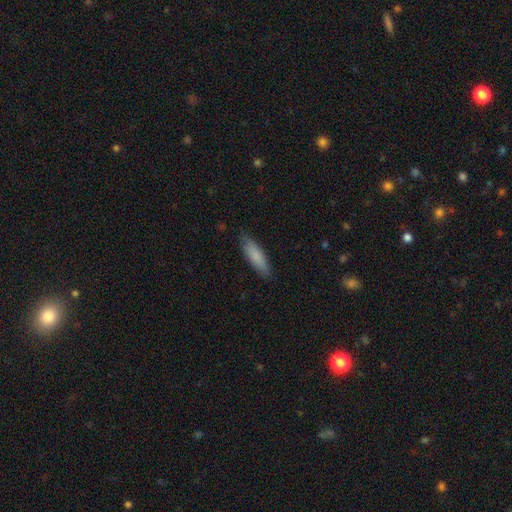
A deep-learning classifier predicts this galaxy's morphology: Overall: smooth (82%). How rounded: cigar-shaped (59%; in between 40%). Merging: none (83%).